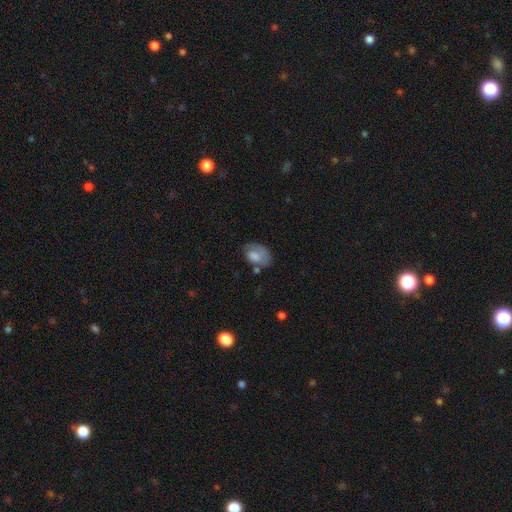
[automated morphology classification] This is likely a smooth galaxy (72%). How rounded: clearly in between (82%). Merging: marginally none (44%).